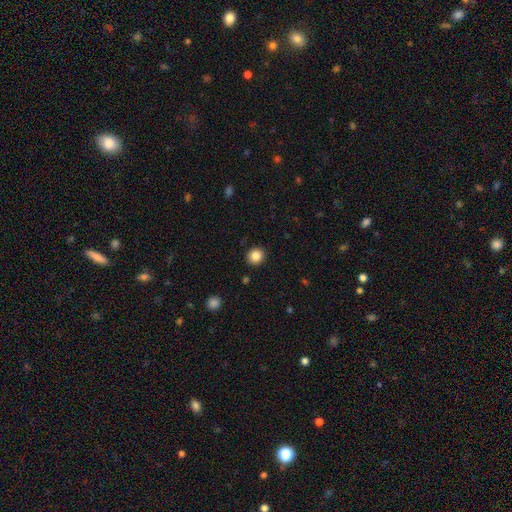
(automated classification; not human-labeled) Overall: smooth (85%). How rounded: round (86%). Merging: none (91%).